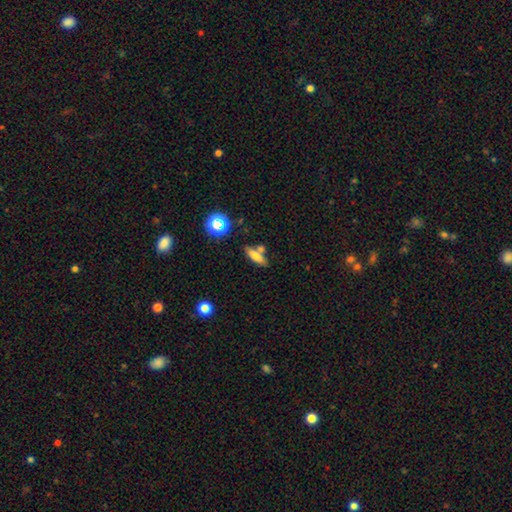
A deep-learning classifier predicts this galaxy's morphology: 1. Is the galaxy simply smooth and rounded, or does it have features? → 71% smooth, 17% featured or disk, 12% star or artifact.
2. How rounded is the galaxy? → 52% in between, 42% cigar-shaped, 5% round.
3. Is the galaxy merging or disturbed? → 62% none, 21% merger, 13% minor disturbance, 4% major disturbance.